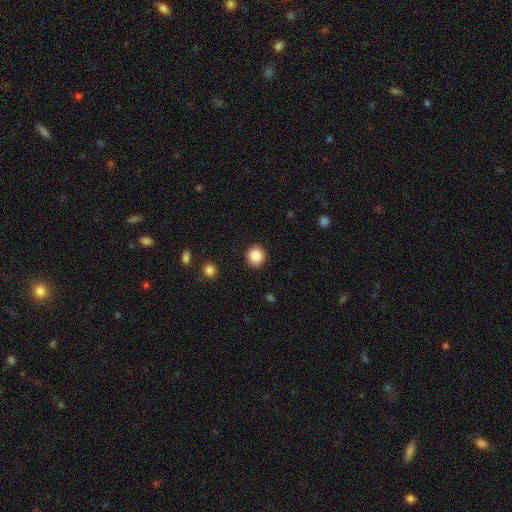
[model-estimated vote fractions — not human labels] A smooth galaxy with no disk features (88%) that is round (88%). Merging: none (91%).